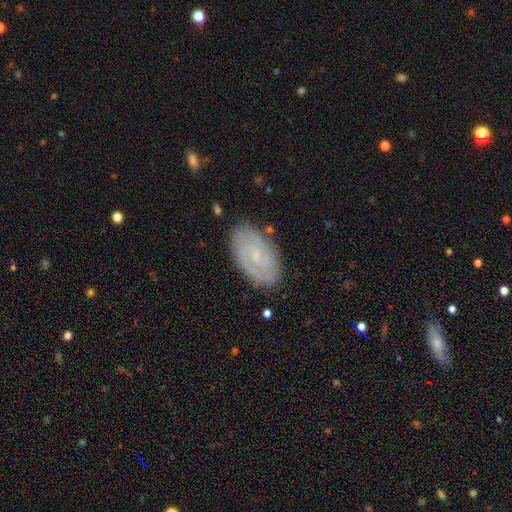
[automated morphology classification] This is likely a featured or disk galaxy (76%). It is clearly not viewed edge-on (96%). Bar: possibly no (49%). Spiral arm pattern: clearly yes (93%). Spiral arm count: possibly 2 (60%). Spiral winding: possibly tight (56%). Central bulge: likely small (74%). Merging: clearly none (82%).